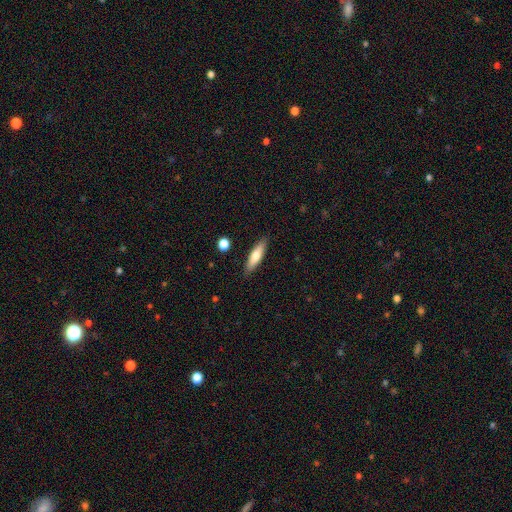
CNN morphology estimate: Smooth or featured?
  - smooth: 67% *
  - featured or disk: 27%
  - star or artifact: 6%
How rounded?
  - cigar-shaped: 68% *
  - in between: 30%
  - round: 2%
Merging?
  - none: 87% *
  - minor disturbance: 9%
  - major disturbance: 2%
  - merger: 2%